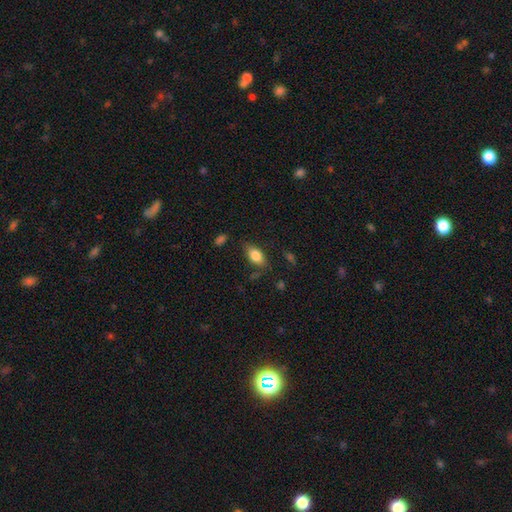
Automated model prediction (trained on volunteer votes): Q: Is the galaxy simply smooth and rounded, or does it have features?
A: smooth — 81%.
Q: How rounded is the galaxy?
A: in between — 88%.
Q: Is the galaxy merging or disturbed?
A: none — 76%.